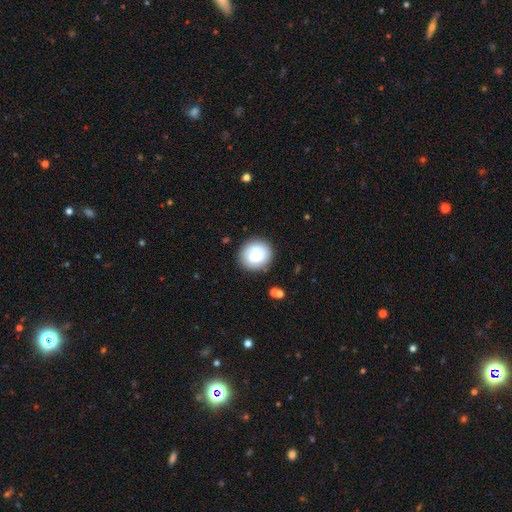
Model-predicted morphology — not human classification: The model was most divided on "smooth or featured": smooth: 79%, featured or disk: 13%, star or artifact: 8%. More confident: how rounded — round (87%); merging — none (80%).